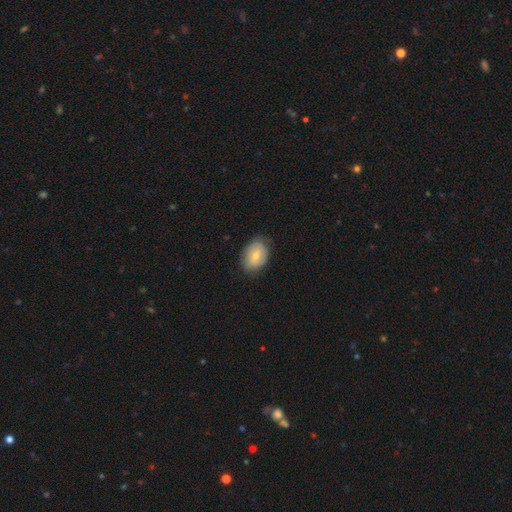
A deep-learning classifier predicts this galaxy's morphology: This is likely a smooth galaxy (64%). How rounded: likely in between (74%). Merging: likely none (76%).